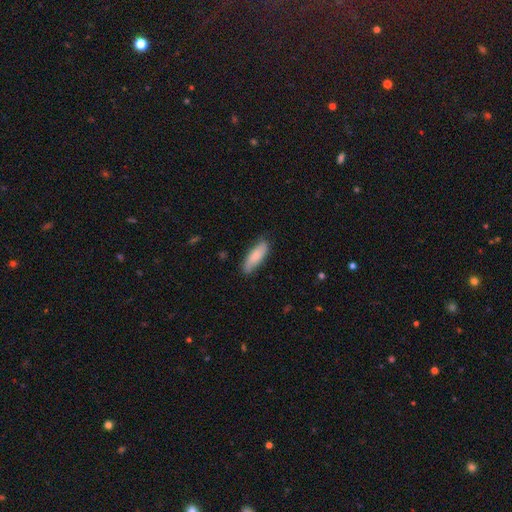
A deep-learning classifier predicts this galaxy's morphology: A smooth galaxy with no disk features (79%) that is in between round and cigar-shaped (56%).

Vote fractions:
- Smooth or featured? smooth: 79% / featured or disk: 16% / star or artifact: 5%
- How rounded? in between: 56% / cigar-shaped: 43% / round: 2%
- Merging? none: 77% / minor disturbance: 18% / major disturbance: 3% / merger: 1%